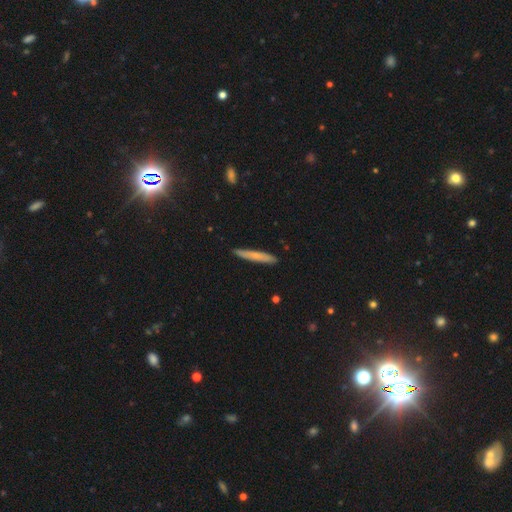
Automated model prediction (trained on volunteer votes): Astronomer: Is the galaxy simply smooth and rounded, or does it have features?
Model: smooth — 71%.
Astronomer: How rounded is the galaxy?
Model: cigar-shaped — 95%.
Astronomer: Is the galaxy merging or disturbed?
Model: none — 90%.